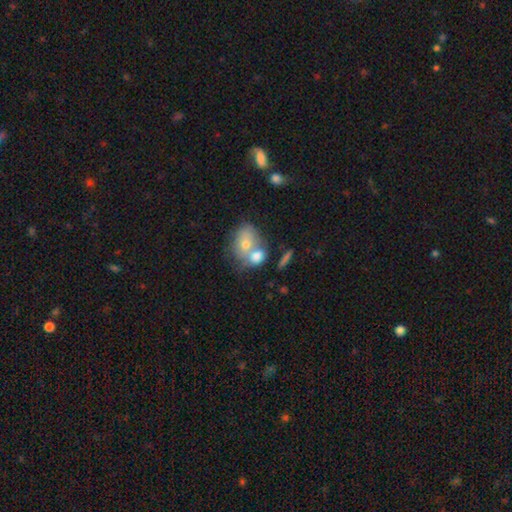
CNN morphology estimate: smooth_or_featured: smooth (p=0.67) [alt: featured or disk p=0.25]
how_rounded: in between (p=0.60) [alt: round p=0.38]
merging: merger (p=0.61) [alt: none p=0.25]